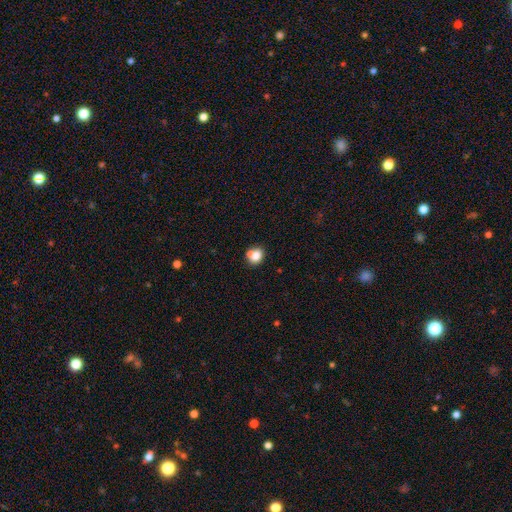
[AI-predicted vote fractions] Smooth or featured?
  - smooth: 77% *
  - featured or disk: 12%
  - star or artifact: 11%
How rounded?
  - round: 65% *
  - in between: 34%
  - cigar-shaped: 1%
Merging?
  - none: 52% *
  - merger: 30%
  - minor disturbance: 13%
  - major disturbance: 5%